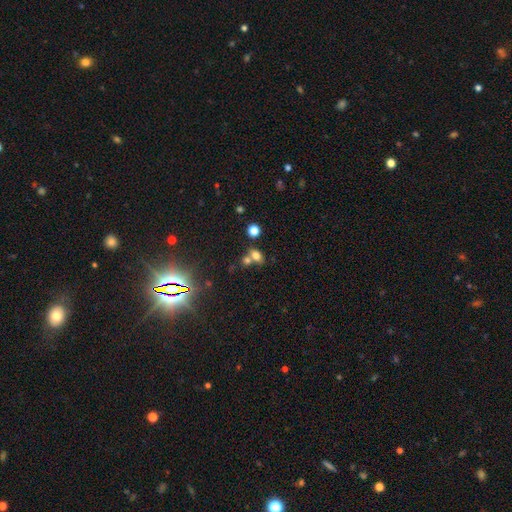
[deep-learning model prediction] Smooth or featured?
  - smooth: 72% *
  - star or artifact: 17%
  - featured or disk: 12%
How rounded?
  - in between: 71% *
  - round: 26%
  - cigar-shaped: 3%
Merging?
  - none: 43% * (tied)
  - merger: 43% * (tied)
  - minor disturbance: 10%
  - major disturbance: 4%